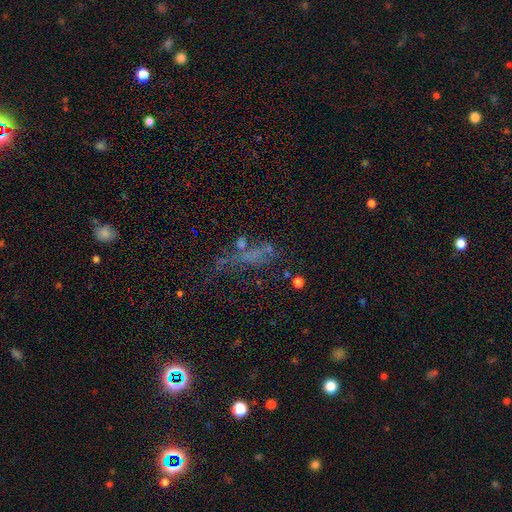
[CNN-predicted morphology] A smooth galaxy with no disk features (34%, tied with star or artifact).

Vote fractions:
- Smooth or featured? smooth: 34% (tied) / star or artifact: 34% (tied) / featured or disk: 32%
- Merging? none: 40% / major disturbance: 29% / minor disturbance: 18% / merger: 13%